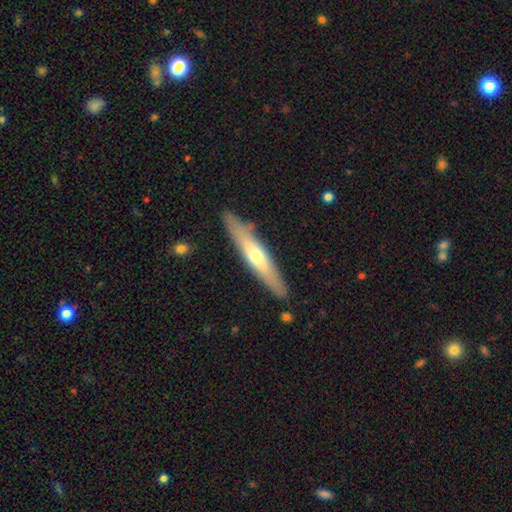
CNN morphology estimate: type=featured or disk (54%); edge-on=yes (87%); merging=none (88%).